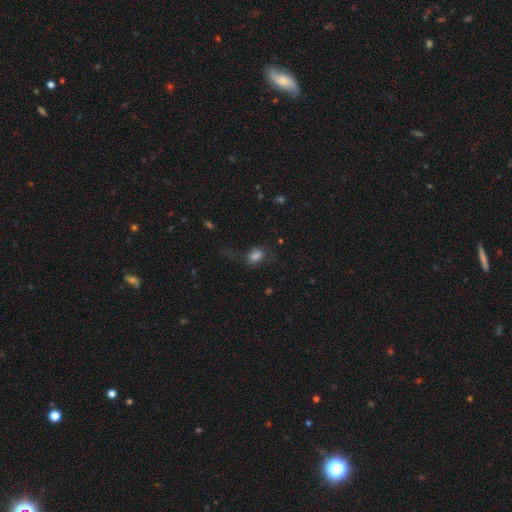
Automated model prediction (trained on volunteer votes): Smooth or featured: smooth — 75% (star or artifact — 13%)
How rounded: in between — 71% (round — 27%)
Merging: none — 45% (major disturbance — 29%)